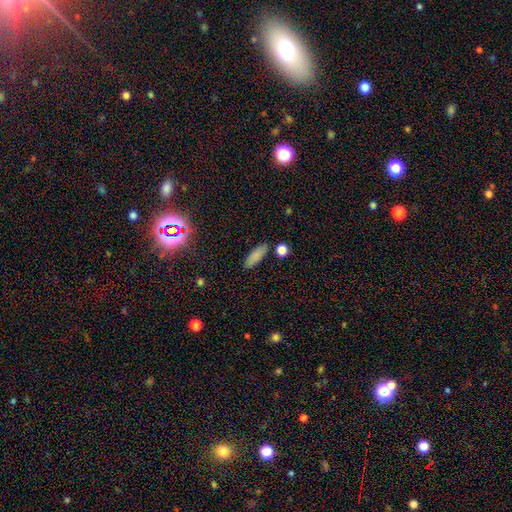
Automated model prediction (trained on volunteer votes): Overall: smooth (82%). How rounded: in between (60%; cigar-shaped 37%). Merging: none (82%).